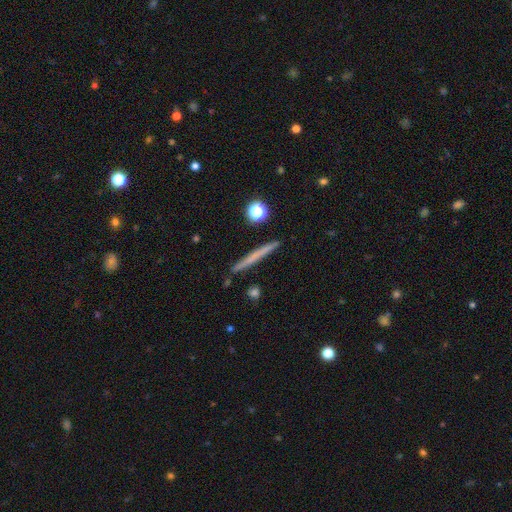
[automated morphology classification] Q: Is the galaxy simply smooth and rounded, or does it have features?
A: smooth — 55%.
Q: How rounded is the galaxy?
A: cigar-shaped — 96%.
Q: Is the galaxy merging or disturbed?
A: none — 90%.